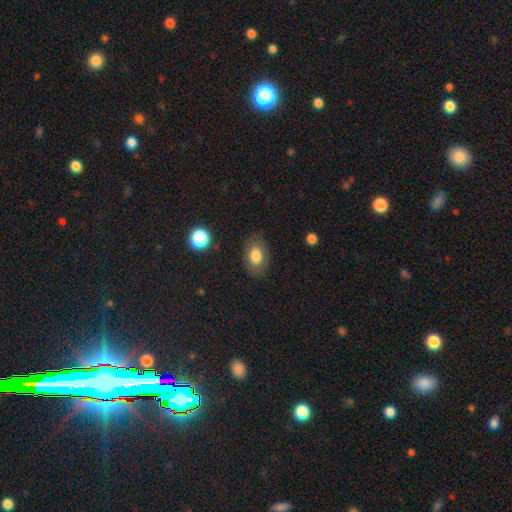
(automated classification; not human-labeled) Smooth or featured? Predicted: smooth (p=0.75). How rounded? Predicted: in between (p=0.86). Merging? Predicted: none (p=0.81).